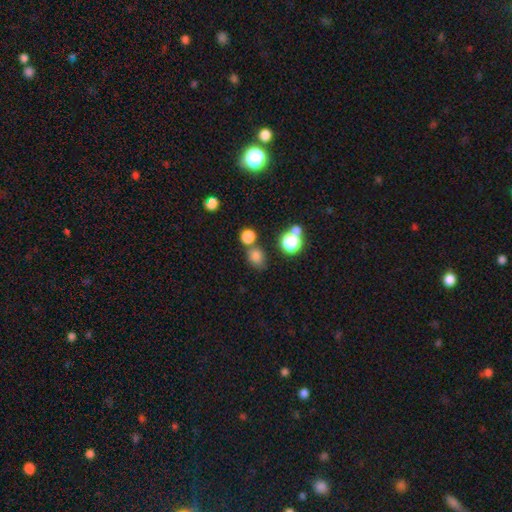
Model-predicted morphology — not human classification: The model was most divided on "how rounded": round: 57%, in between: 42%, cigar-shaped: 1%. More confident: smooth or featured — smooth (76%); merging — none (62%).